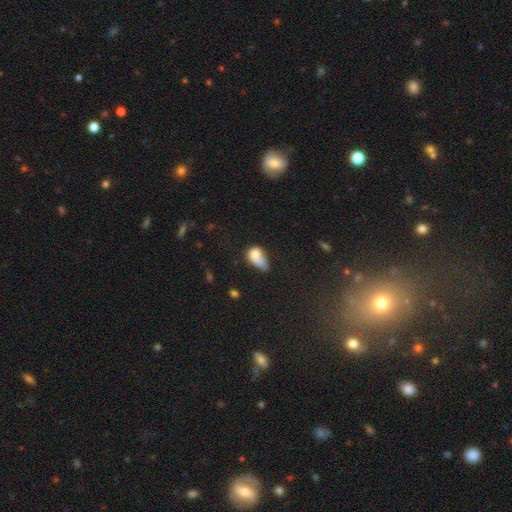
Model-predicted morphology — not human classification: A smooth galaxy with no disk features (76%) that is in between round and cigar-shaped (81%).

Vote fractions:
- Smooth or featured? smooth: 76% / featured or disk: 14% / star or artifact: 10%
- How rounded? in between: 81% / round: 15% / cigar-shaped: 4%
- Merging? minor disturbance: 37% / major disturbance: 29% / none: 19% / merger: 14%